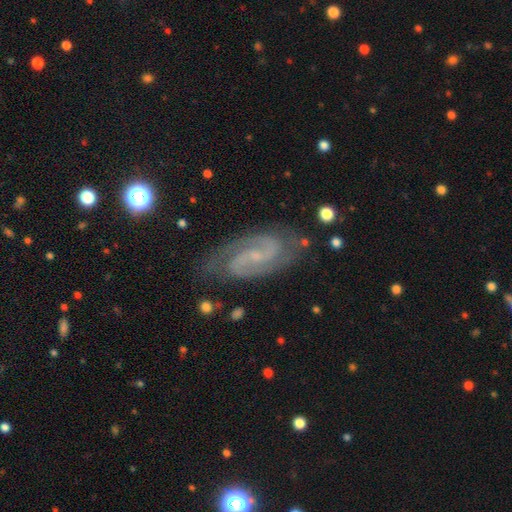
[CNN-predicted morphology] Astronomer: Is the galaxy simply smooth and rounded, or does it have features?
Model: featured or disk — 90%.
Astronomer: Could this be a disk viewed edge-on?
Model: no — 97%.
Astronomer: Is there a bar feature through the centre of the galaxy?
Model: weak — 48% (runner-up: no, 36%).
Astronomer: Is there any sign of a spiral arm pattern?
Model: yes — 98%.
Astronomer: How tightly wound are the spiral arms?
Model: medium — 54% (runner-up: tight, 34%).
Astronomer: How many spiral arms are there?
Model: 2 — 91%.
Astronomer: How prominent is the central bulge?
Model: small — 74%.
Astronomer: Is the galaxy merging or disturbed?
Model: none — 80%.